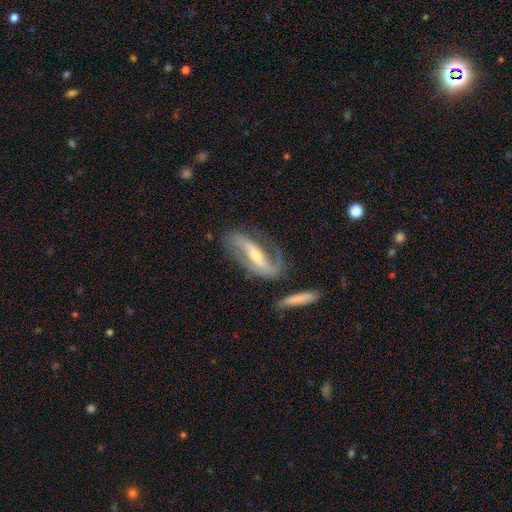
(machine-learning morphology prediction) smooth-or-featured: featured or disk: 83% | smooth: 12% | star or artifact: 5%
  disk-edge-on: no: 87% | yes: 13%
    bar: strong: 62% | weak: 23% | no: 15%
    has-spiral-arms: yes: 90% | no: 10%
      spiral-winding: medium: 41% | loose: 36% | tight: 23%
      spiral-arm-count: 2: 80% | 1: 11% | can't tell: 6% | 3: 1% | 4: 1% | more than 4: 1%
    bulge-size: moderate: 47% (tied) | small: 47% (tied) | large: 3% | none: 2% | dominant: 1%
  merging: none: 65% | minor disturbance: 18% | major disturbance: 13% | merger: 4%